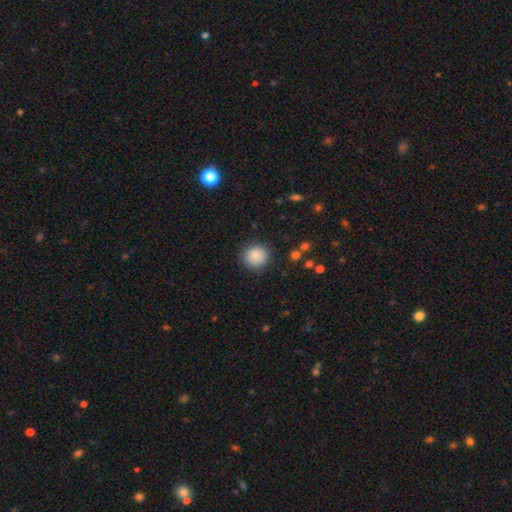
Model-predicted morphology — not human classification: smooth-or-featured: smooth: 87% | star or artifact: 8% | featured or disk: 4%
  how-rounded: round: 93% | in between: 6% | cigar-shaped: 1%
  merging: none: 88% | minor disturbance: 8% | major disturbance: 3% | merger: 1%